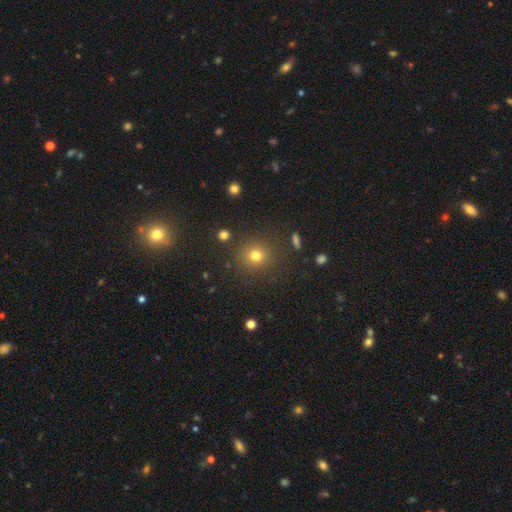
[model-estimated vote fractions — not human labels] The model was most divided on "smooth or featured": smooth: 76%, star or artifact: 17%, featured or disk: 7%. More confident: how rounded — round (91%); merging — none (86%).